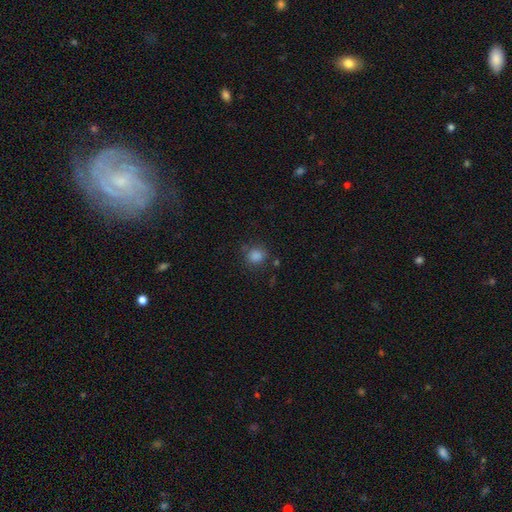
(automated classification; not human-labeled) Q: Smooth or featured?
A: smooth (81%); runner-up: star or artifact (15%)
Q: How rounded?
A: round (78%); runner-up: in between (21%)
Q: Merging?
A: none (78%); runner-up: minor disturbance (13%)